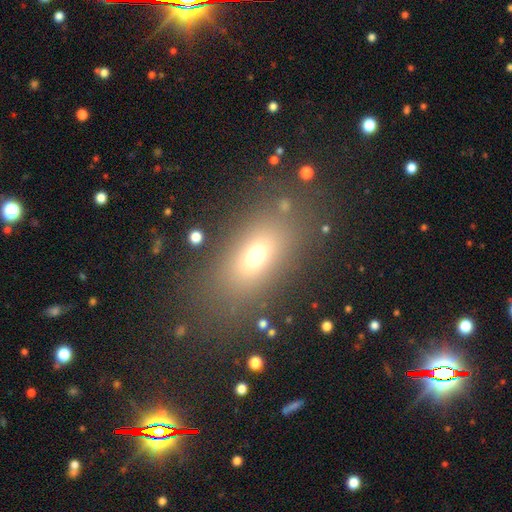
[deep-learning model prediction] Overall: smooth (67%). How rounded: in between (76%). Merging: none (80%).